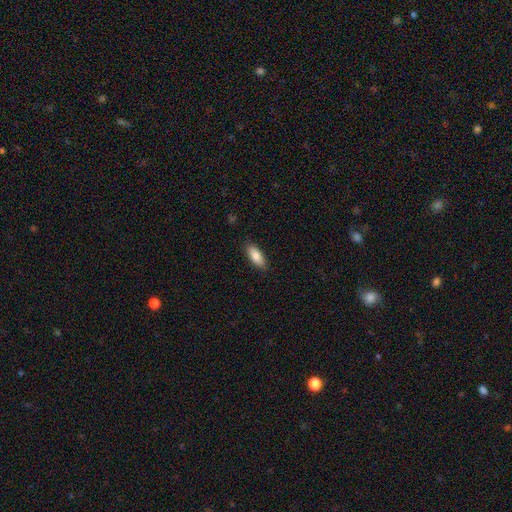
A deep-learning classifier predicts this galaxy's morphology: A smooth galaxy with no disk features (85%) that is in between round and cigar-shaped (80%). Merging: none (87%).